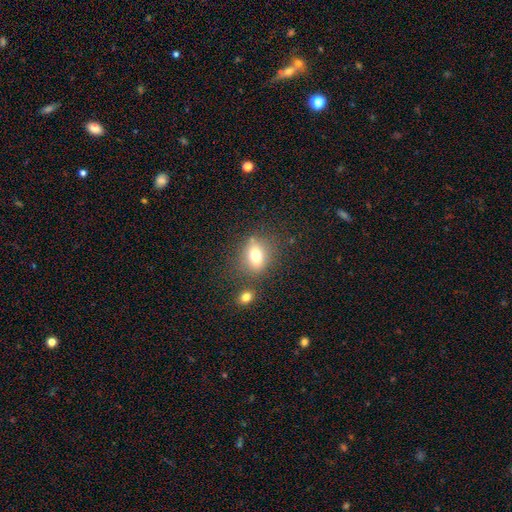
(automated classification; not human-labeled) A smooth galaxy with no disk features (73%) that is in between round and cigar-shaped (63%).

Vote fractions:
- Smooth or featured? smooth: 73% / featured or disk: 16% / star or artifact: 11%
- How rounded? in between: 63% / round: 34% / cigar-shaped: 3%
- Merging? none: 70% / minor disturbance: 14% / merger: 11% / major disturbance: 5%